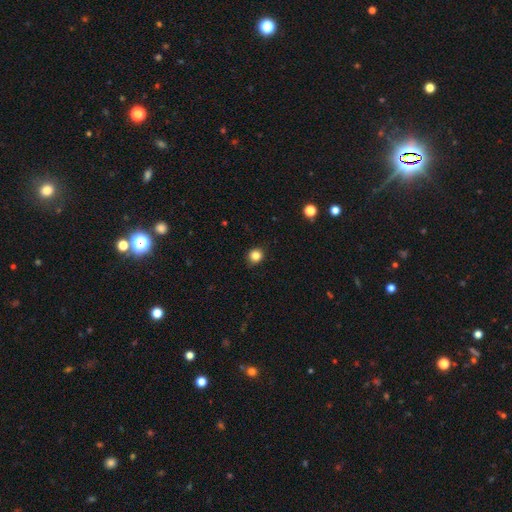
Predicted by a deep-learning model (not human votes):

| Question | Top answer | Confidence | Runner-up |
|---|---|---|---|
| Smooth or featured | smooth | 84% | star or artifact (12%) |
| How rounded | round | 89% | in between (10%) |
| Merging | none | 88% | minor disturbance (9%) |